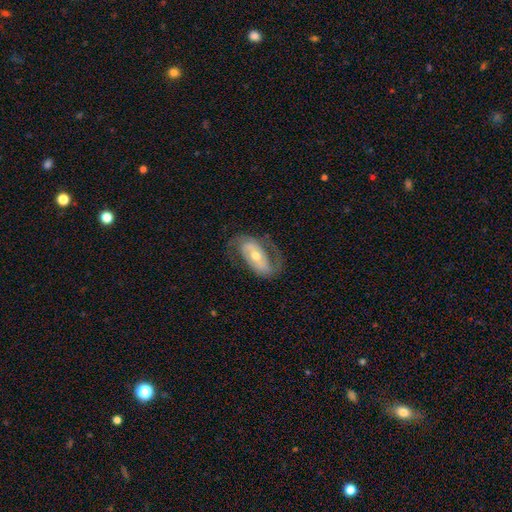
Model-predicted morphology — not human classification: type=featured or disk (80%); edge-on=no (95%); bar=strong (36%); spiral arms=yes (90%); winding=medium (46%); arm count=2 (83%); bulge=moderate (54%); merging=none (67%).